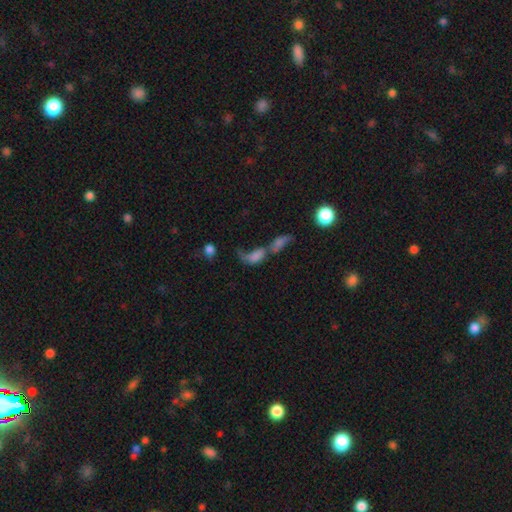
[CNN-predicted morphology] The model was most divided on "smooth or featured": smooth: 55%, featured or disk: 30%, star or artifact: 15%. More confident: how rounded — in between (75%); merging — merger (65%).